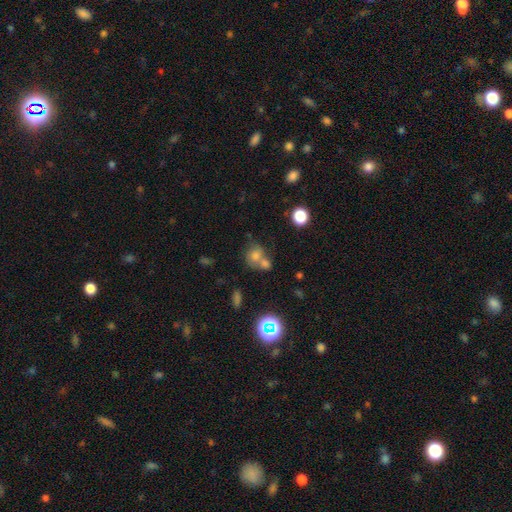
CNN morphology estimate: smooth 67%, star or artifact 18%, featured or disk 15%. Down the decision tree: how rounded — round (67%); merging — merger (52%).